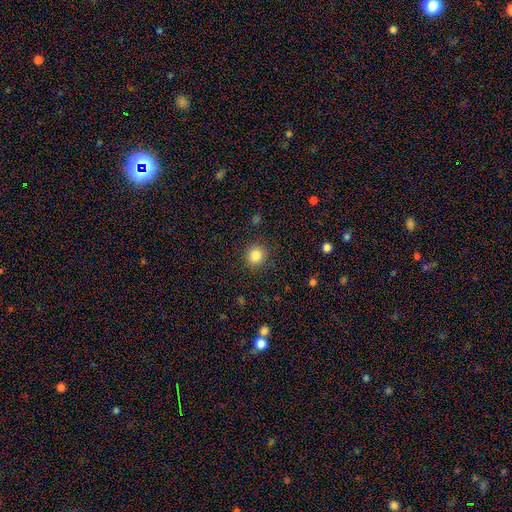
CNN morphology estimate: smooth 84%, star or artifact 11%, featured or disk 5%. Down the decision tree: how rounded — round (91%); merging — none (90%).